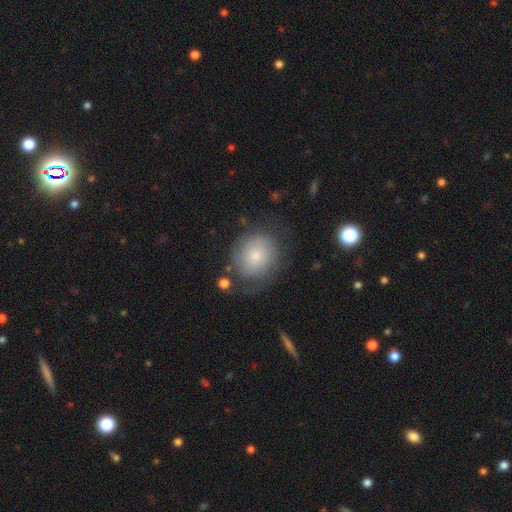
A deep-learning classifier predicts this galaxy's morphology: The model was most divided on "smooth or featured": smooth: 61%, featured or disk: 30%, star or artifact: 9%. More confident: how rounded — round (74%); merging — none (60%).